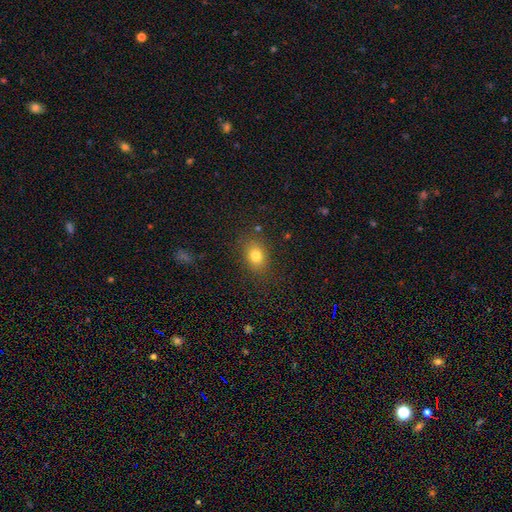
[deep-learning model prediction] Smooth or featured? smooth (79%)
How rounded? in between (66%)
Merging? none (83%)